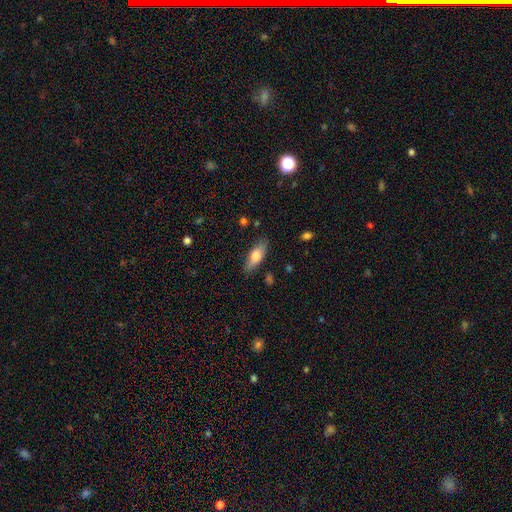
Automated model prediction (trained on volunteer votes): smooth 72%, featured or disk 22%, star or artifact 6%. Down the decision tree: how rounded — in between (67%); merging — none (82%).